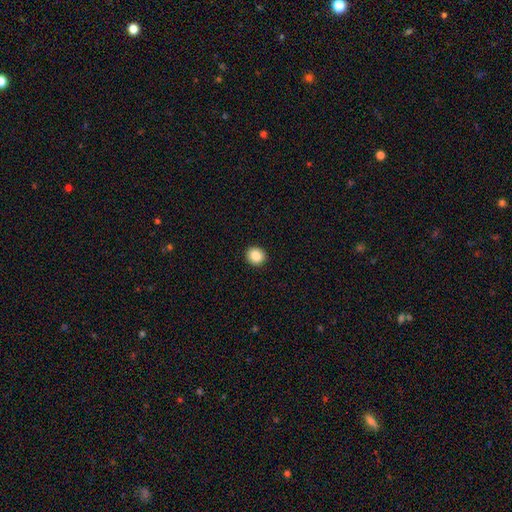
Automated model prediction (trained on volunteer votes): Smooth or featured: smooth — 86% (star or artifact — 9%)
How rounded: round — 86% (in between — 13%)
Merging: none — 93% (minor disturbance — 5%)